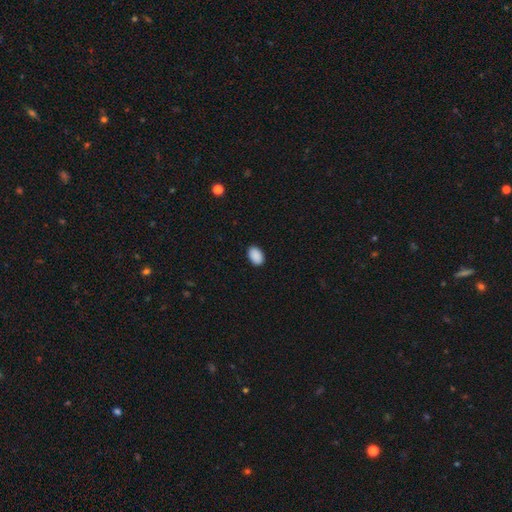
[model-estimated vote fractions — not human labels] Smooth or featured? smooth (91%)
How rounded? in between (88%)
Merging? none (90%)